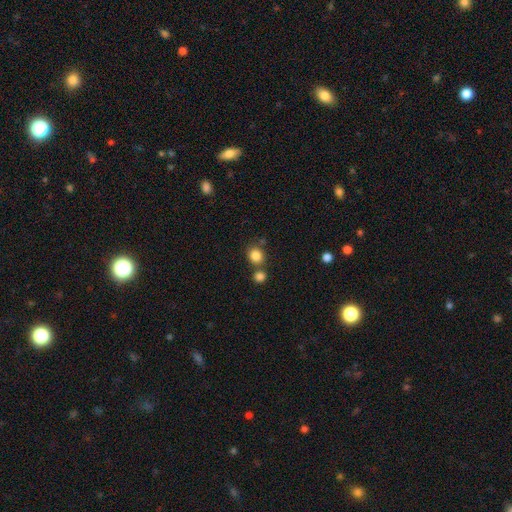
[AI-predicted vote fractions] This appears to be a smooth galaxy with no disk features (84%) that is round (78%). Merging: none (64%).